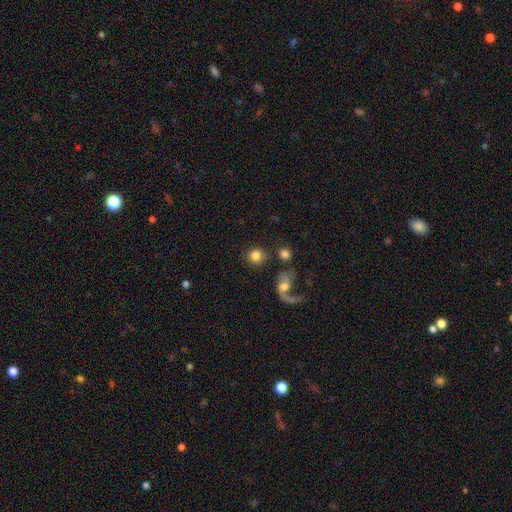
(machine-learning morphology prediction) A smooth galaxy with no disk features (79%) that is round (88%). Merging: none (71%).